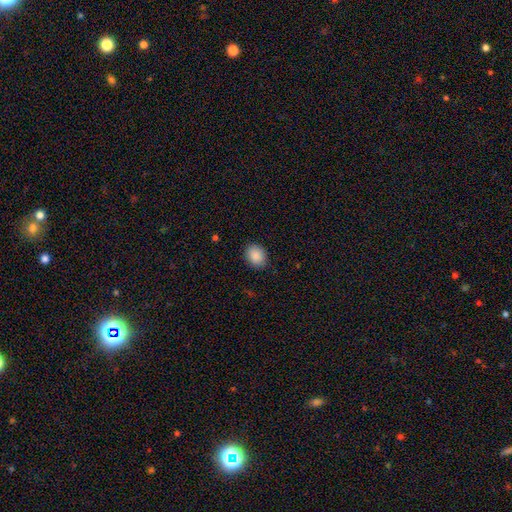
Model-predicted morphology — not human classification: The model was most divided on "how rounded": round: 51%, in between: 48%, cigar-shaped: 1%. More confident: smooth or featured — smooth (89%); merging — none (88%).